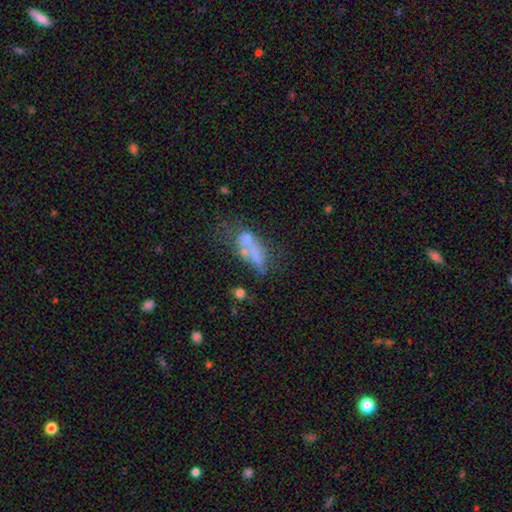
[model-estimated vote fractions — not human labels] This is possibly a smooth galaxy (52%). How rounded: likely in between (74%). Merging: marginally merger (33%).